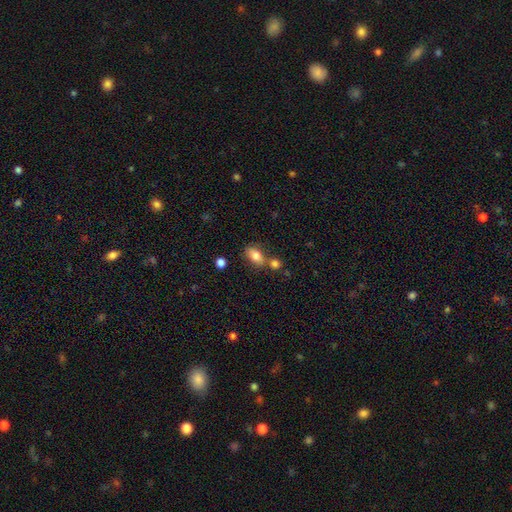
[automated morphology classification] type=smooth (81%); roundness=in between (86%); merging=none (60%).